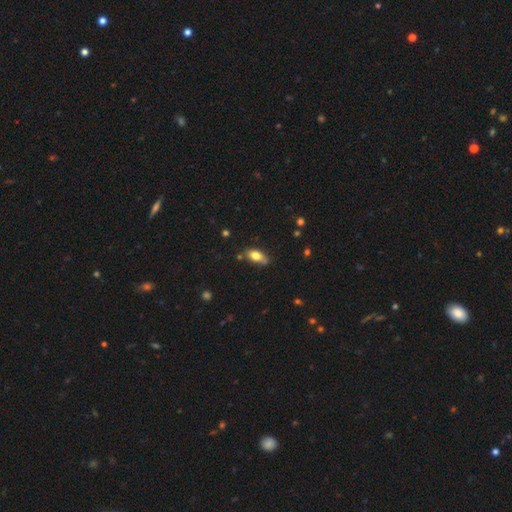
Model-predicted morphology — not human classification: Smooth or featured? Predicted: smooth (p=0.77). How rounded? Predicted: in between (p=0.86). Merging? Predicted: none (p=0.64).